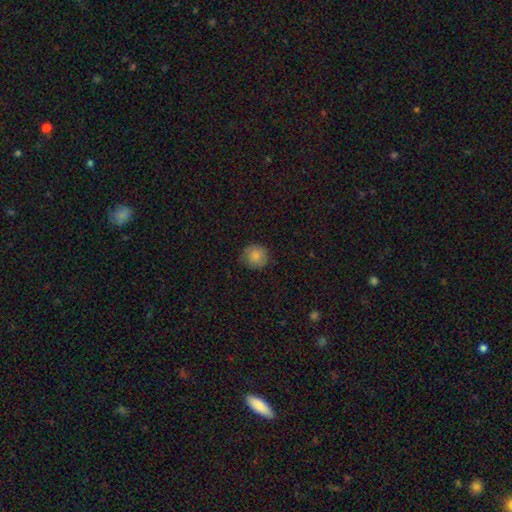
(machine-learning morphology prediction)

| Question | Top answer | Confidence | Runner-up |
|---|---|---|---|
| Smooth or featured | smooth | 81% | featured or disk (11%) |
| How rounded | round | 90% | in between (10%) |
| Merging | none | 78% | minor disturbance (17%) |